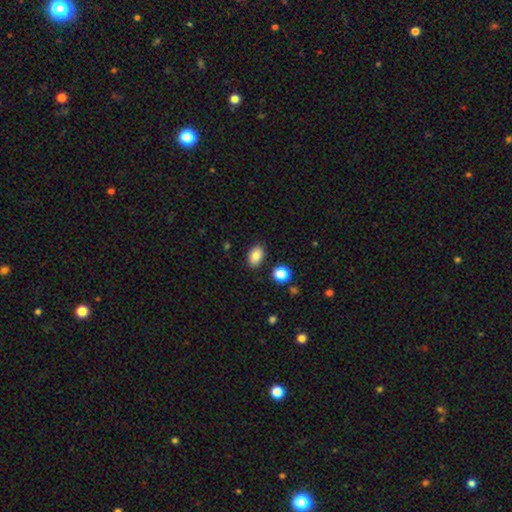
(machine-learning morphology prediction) type=smooth (84%); roundness=in between (86%); merging=none (86%).